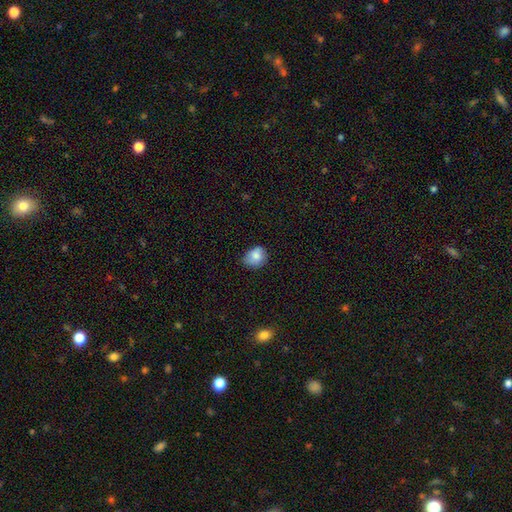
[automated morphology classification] A smooth galaxy with no disk features (81%) that is round (56%). Merging: none (62%).